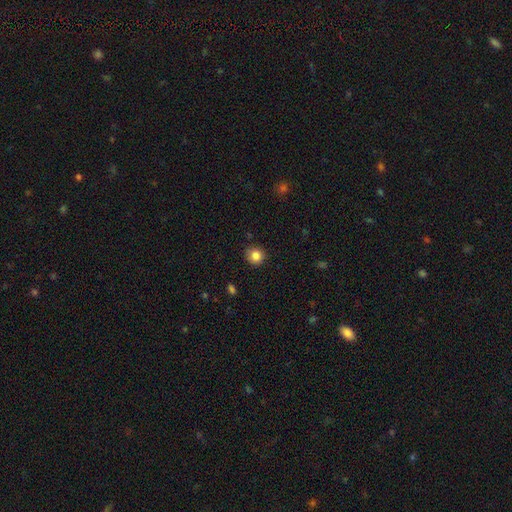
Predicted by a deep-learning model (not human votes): This is clearly a smooth galaxy (85%). How rounded: clearly round (87%). Merging: clearly none (84%).